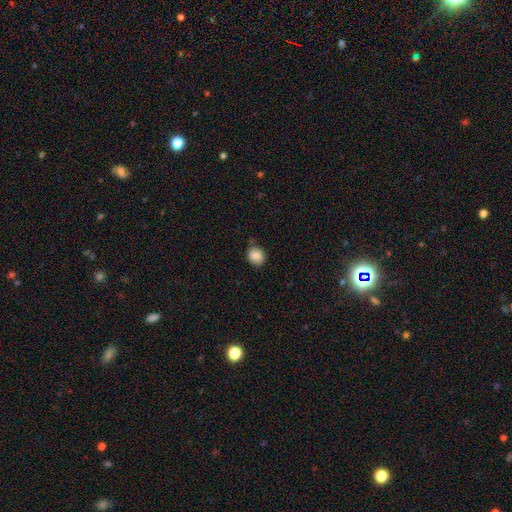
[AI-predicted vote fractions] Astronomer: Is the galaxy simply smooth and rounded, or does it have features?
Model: smooth — 84%.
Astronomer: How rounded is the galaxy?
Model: round — 72%.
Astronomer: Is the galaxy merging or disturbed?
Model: none — 74%.